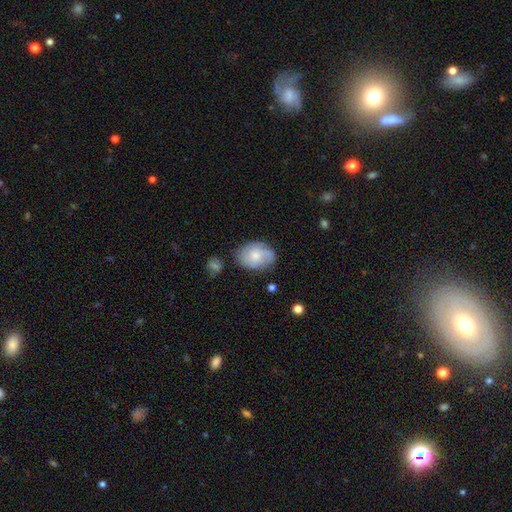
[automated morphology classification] The model was most divided on "smooth or featured": smooth: 61%, featured or disk: 32%, star or artifact: 7%. More confident: how rounded — in between (73%); merging — none (66%).